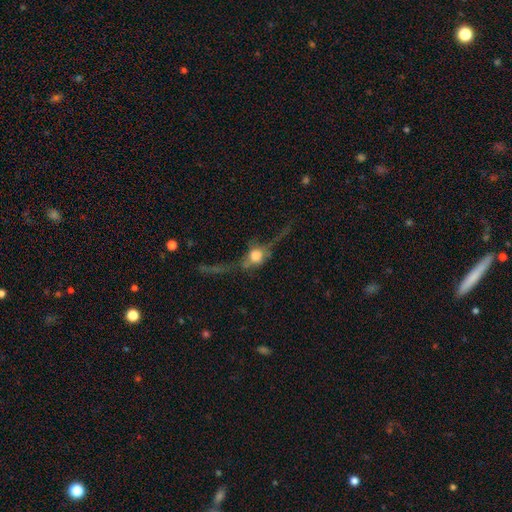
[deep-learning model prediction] Morphology: type=featured or disk (68%); edge-on=yes (84%); edge-on bulge=rounded (94%); merging=none (59%).